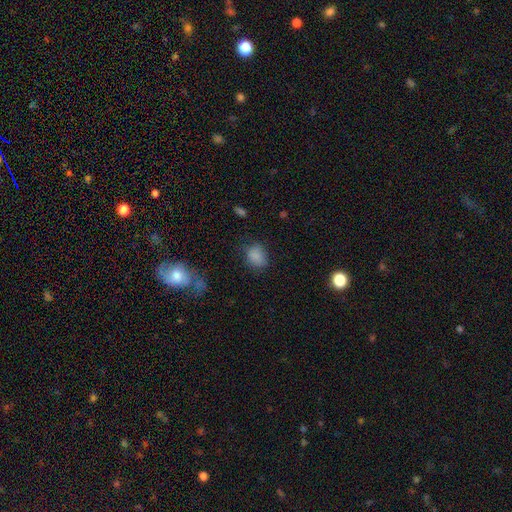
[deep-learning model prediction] Overall: smooth (82%). How rounded: in between (56%; round 43%). Merging: none (67%).